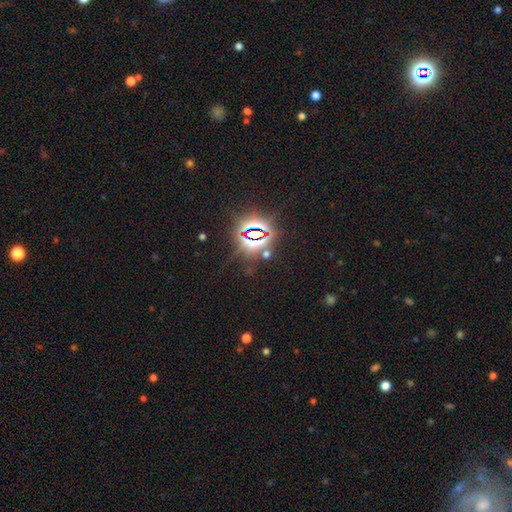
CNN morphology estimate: A star or artifact, not a galaxy (84%).

Vote fractions:
- Smooth or featured? star or artifact: 84% / smooth: 9% / featured or disk: 7%